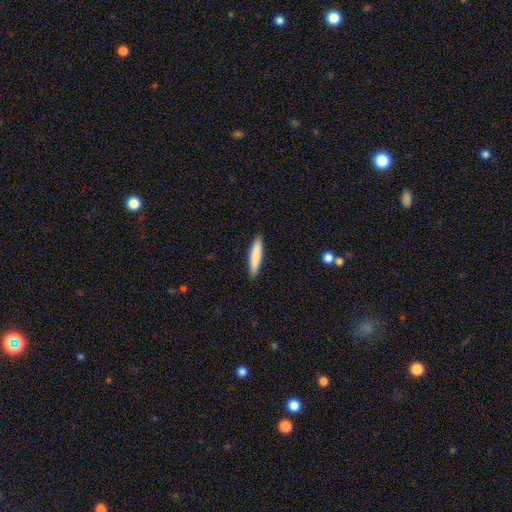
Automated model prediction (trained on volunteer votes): A smooth galaxy with no disk features (84%) that is cigar-shaped (86%).

Vote fractions:
- Smooth or featured? smooth: 84% / featured or disk: 11% / star or artifact: 5%
- How rounded? cigar-shaped: 86% / in between: 13% / round: 1%
- Merging? none: 89% / minor disturbance: 8% / major disturbance: 2% / merger: 1%